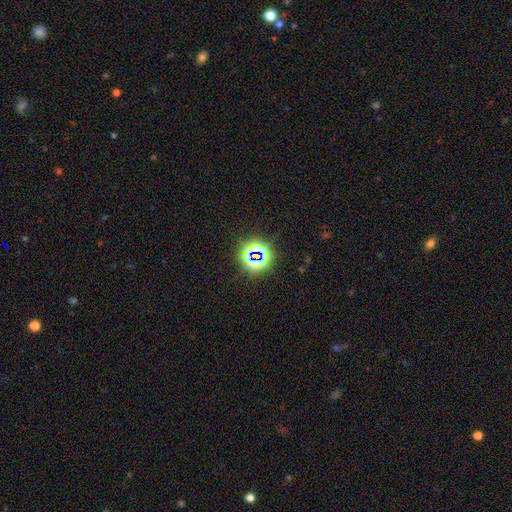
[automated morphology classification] A star or artifact, not a galaxy (73%).